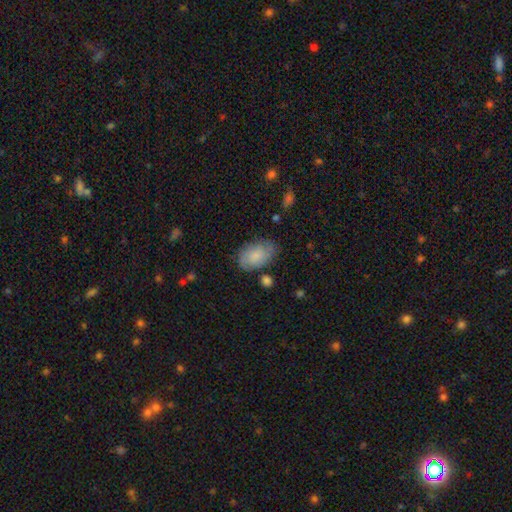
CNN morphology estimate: Smooth or featured?
  - smooth: 78% *
  - featured or disk: 15%
  - star or artifact: 7%
How rounded?
  - in between: 91% *
  - round: 7%
  - cigar-shaped: 1%
Merging?
  - none: 73% *
  - minor disturbance: 19%
  - major disturbance: 5%
  - merger: 3%